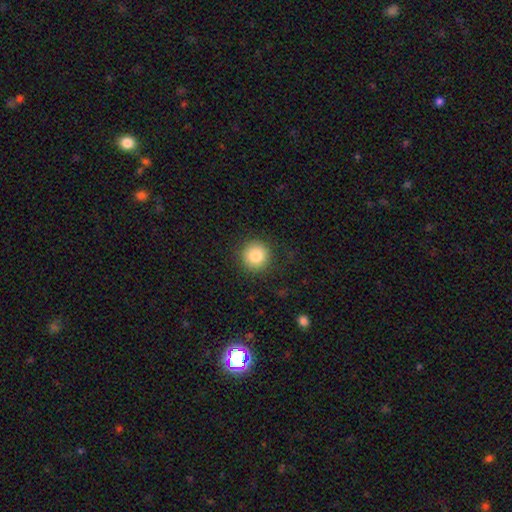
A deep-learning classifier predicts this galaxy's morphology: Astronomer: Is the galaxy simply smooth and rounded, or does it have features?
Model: smooth — 84%.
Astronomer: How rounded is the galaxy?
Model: round — 94%.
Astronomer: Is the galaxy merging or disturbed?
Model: none — 88%.